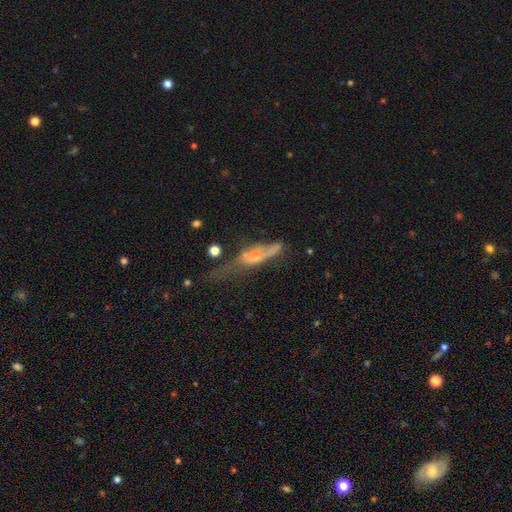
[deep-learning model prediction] Smooth or featured?
  - featured or disk: 50% *
  - smooth: 38%
  - star or artifact: 13%
Merging?
  - major disturbance: 38% *
  - none: 27%
  - minor disturbance: 23%
  - merger: 13%